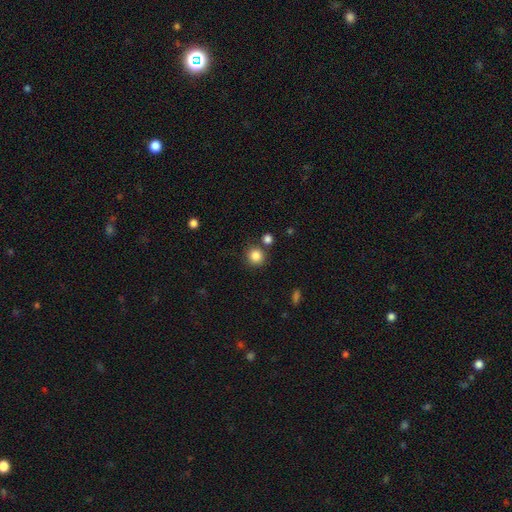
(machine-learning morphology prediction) This appears to be a smooth galaxy with no disk features (84%) that is round (93%). Merging: none (81%).